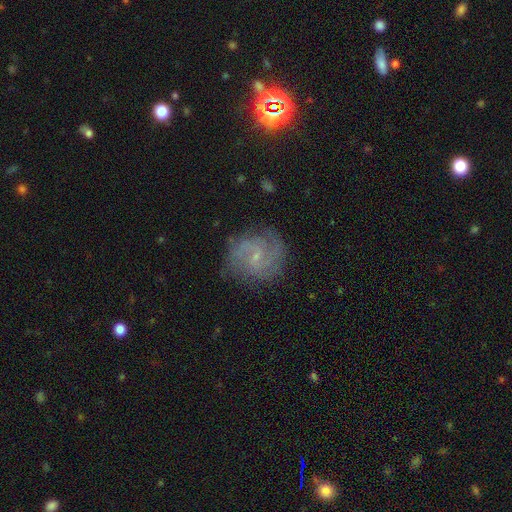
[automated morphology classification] Smooth or featured? featured or disk (81%)
Edge-on disk? no (98%)
Bar? weak (55%)
Spiral arms? yes (95%)
Spiral winding? medium (48%)
Spiral arm count? 2 (59%)
Bulge size? small (77%)
Merging? none (77%)